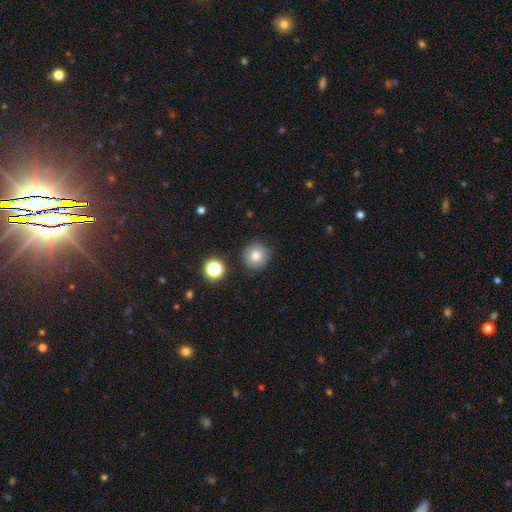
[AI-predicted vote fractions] A smooth galaxy with no disk features (80%) that is round (93%).

Vote fractions:
- Smooth or featured? smooth: 80% / star or artifact: 12% / featured or disk: 9%
- How rounded? round: 93% / in between: 6% / cigar-shaped: 1%
- Merging? none: 86% / minor disturbance: 9% / merger: 2% / major disturbance: 2%